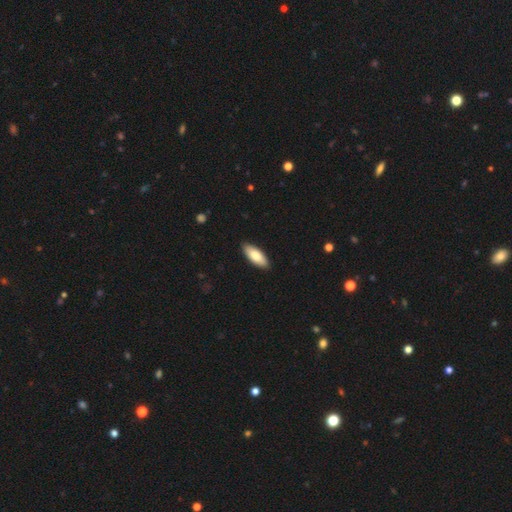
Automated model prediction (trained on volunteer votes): smooth-or-featured: smooth: 81% | featured or disk: 14% | star or artifact: 5%
  how-rounded: in between: 77% | cigar-shaped: 21% | round: 2%
  merging: none: 90% | minor disturbance: 8% | major disturbance: 2% | merger: 1%